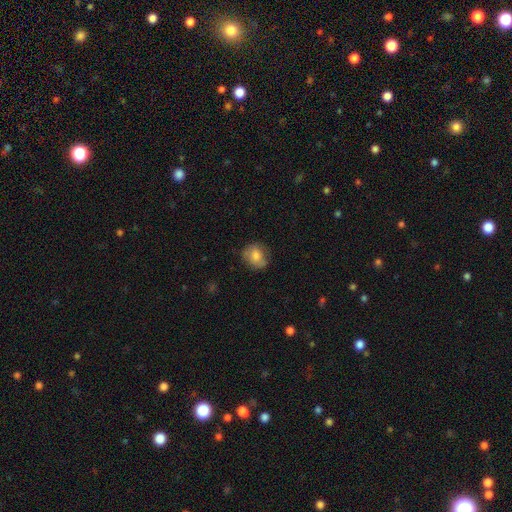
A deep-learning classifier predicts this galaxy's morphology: A smooth galaxy with no disk features (74%) that is round (68%).

Vote fractions:
- Smooth or featured? smooth: 74% / featured or disk: 18% / star or artifact: 9%
- How rounded? round: 68% / in between: 31% / cigar-shaped: 1%
- Merging? none: 74% / minor disturbance: 19% / major disturbance: 5% / merger: 1%